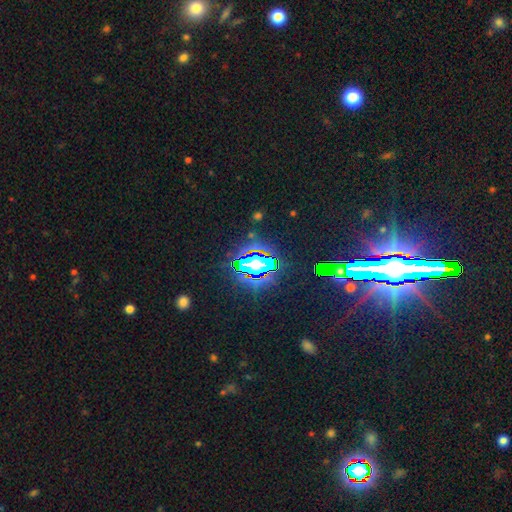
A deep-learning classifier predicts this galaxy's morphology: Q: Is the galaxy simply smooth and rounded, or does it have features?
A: star or artifact — 67%.